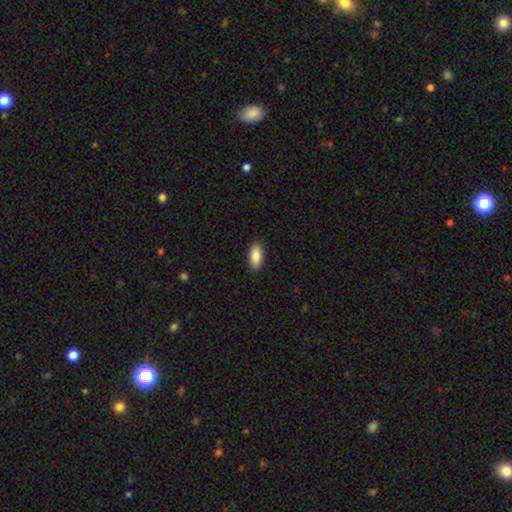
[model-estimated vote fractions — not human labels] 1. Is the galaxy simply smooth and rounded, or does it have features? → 87% smooth, 7% featured or disk, 6% star or artifact.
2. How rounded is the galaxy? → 89% in between, 9% cigar-shaped, 2% round.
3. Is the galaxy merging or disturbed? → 90% none, 7% minor disturbance, 2% major disturbance, 1% merger.